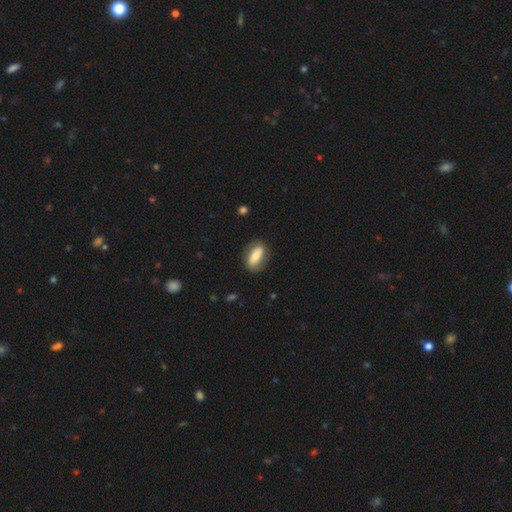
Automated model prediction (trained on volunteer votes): Smooth or featured: smooth — 63% (featured or disk — 30%)
How rounded: in between — 77% (cigar-shaped — 17%)
Merging: none — 78% (minor disturbance — 15%)